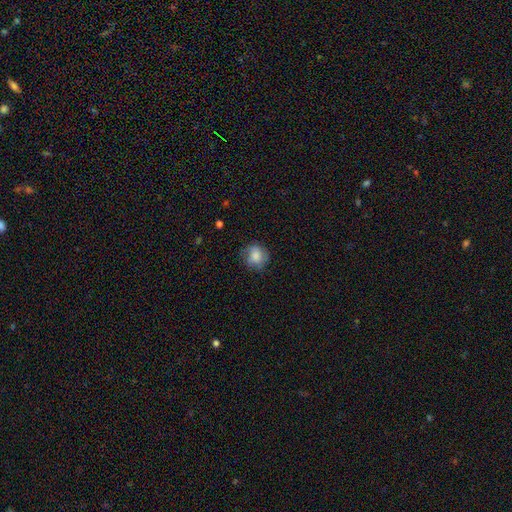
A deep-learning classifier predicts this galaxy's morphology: Overall: smooth (75%). How rounded: round (81%). Merging: none (71%).